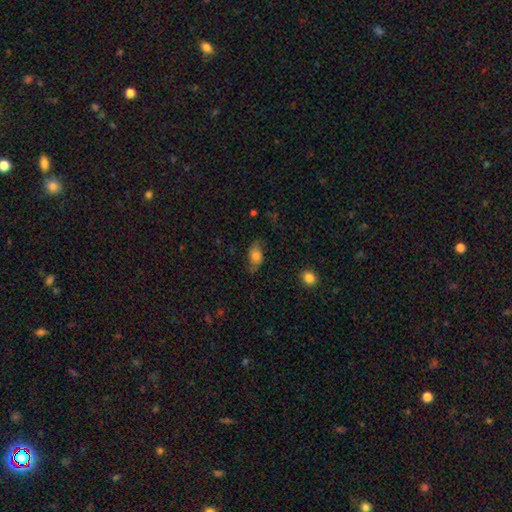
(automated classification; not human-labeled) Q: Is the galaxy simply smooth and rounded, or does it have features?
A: smooth — 65%.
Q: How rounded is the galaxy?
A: in between — 86%.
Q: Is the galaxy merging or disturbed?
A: none — 65%.